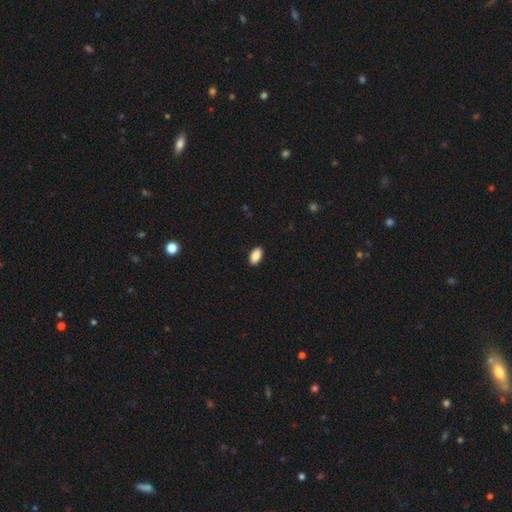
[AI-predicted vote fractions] Morphology: type=smooth (89%); roundness=in between (94%); merging=none (90%).